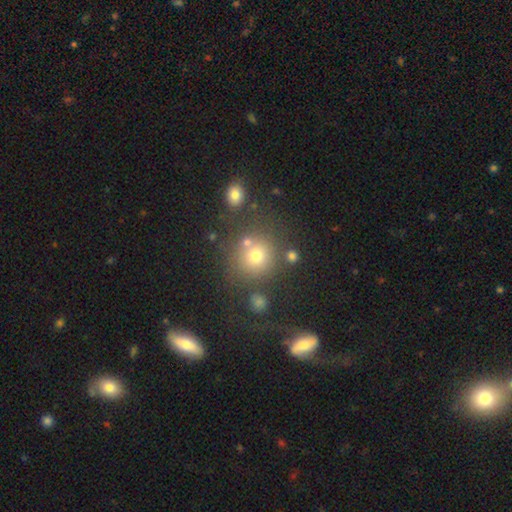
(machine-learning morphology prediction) This is likely a smooth galaxy (71%). How rounded: clearly round (87%). Merging: likely none (70%).